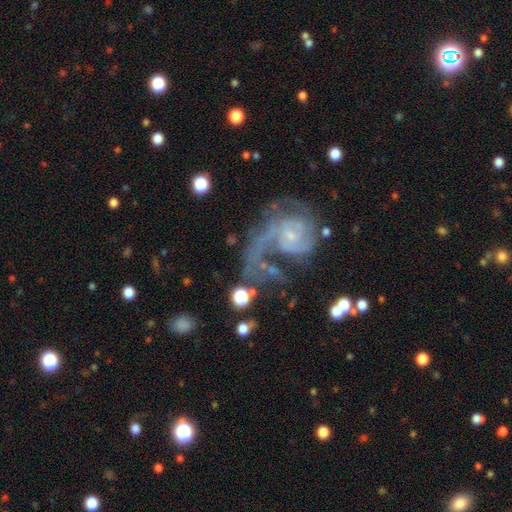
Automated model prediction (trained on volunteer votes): smooth-or-featured: featured or disk: 82% | star or artifact: 10% | smooth: 8%
  disk-edge-on: no: 98% | yes: 2%
    bar: no: 70% | weak: 24% | strong: 6%
    has-spiral-arms: yes: 92% | no: 8%
      spiral-winding: medium: 40% | tight: 30% | loose: 30%
      spiral-arm-count: 1: 31% (tied) | 2: 31% (tied) | can't tell: 18% | 3: 10% | 4: 5% | more than 4: 5%
    bulge-size: small: 76% | moderate: 13% | none: 8% | large: 2% | dominant: 1%
  merging: major disturbance: 41% | none: 34% | minor disturbance: 16% | merger: 9%